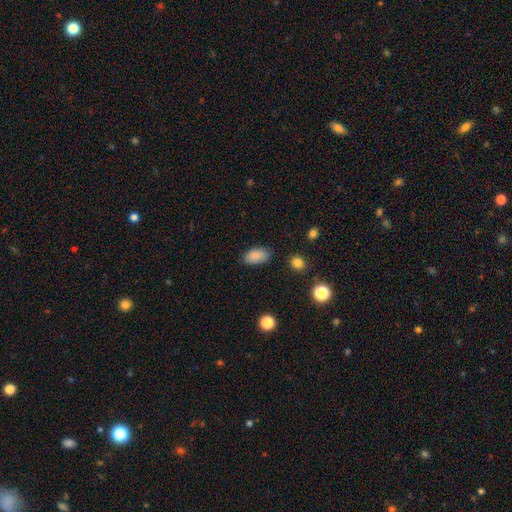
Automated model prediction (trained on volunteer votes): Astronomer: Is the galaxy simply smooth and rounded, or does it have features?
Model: smooth — 87%.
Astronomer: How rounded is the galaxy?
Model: in between — 93%.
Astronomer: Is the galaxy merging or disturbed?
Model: none — 81%.